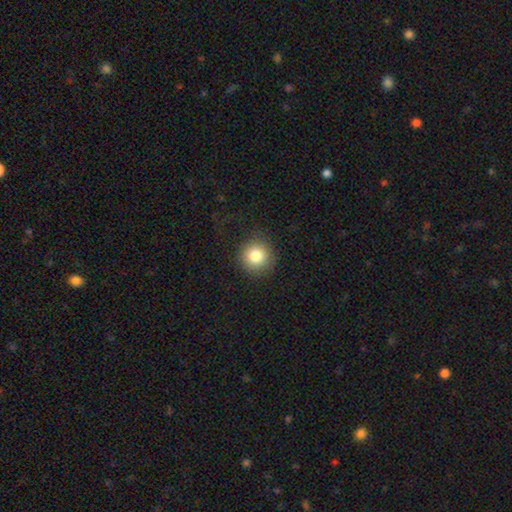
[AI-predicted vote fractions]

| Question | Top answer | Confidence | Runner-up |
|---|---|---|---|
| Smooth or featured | smooth | 81% | star or artifact (10%) |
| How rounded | round | 93% | in between (6%) |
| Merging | none | 84% | minor disturbance (10%) |